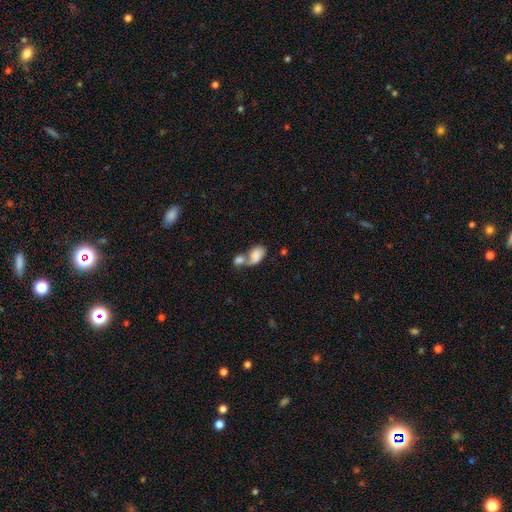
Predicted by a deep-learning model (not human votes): smooth-or-featured: smooth: 77% | featured or disk: 15% | star or artifact: 8%
  how-rounded: in between: 87% | round: 11% | cigar-shaped: 2%
  merging: merger: 71% | none: 15% | minor disturbance: 7% | major disturbance: 7%